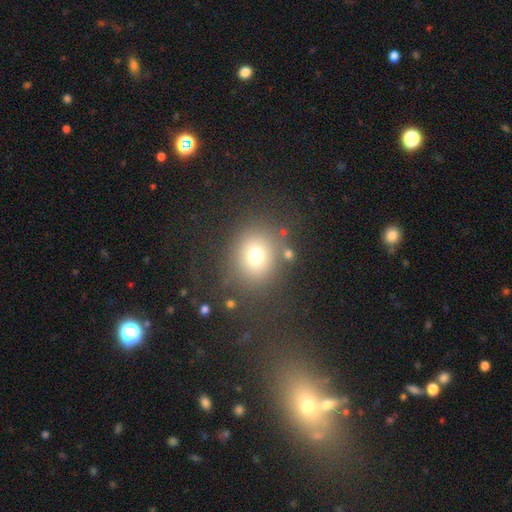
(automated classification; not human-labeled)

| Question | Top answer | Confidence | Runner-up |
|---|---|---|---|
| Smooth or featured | smooth | 71% | star or artifact (17%) |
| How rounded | round | 82% | in between (17%) |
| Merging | none | 76% | minor disturbance (11%) |